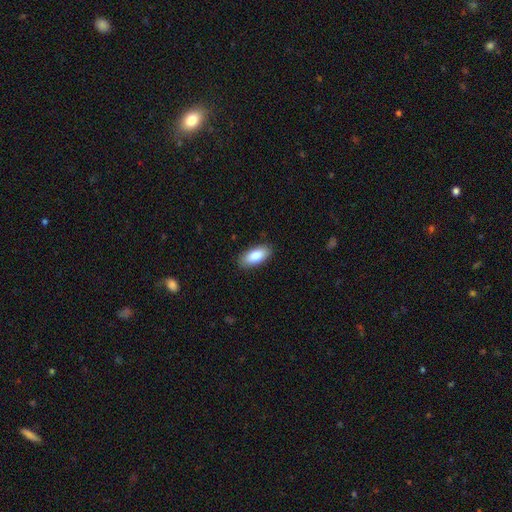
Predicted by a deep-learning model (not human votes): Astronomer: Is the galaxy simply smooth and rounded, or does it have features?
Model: smooth — 85%.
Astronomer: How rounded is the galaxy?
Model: in between — 88%.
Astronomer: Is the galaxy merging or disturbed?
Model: none — 89%.